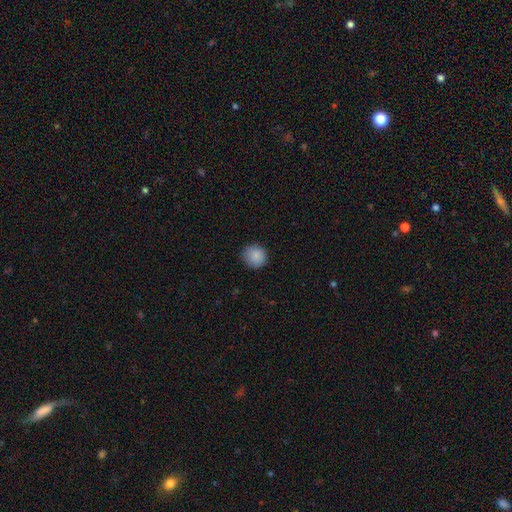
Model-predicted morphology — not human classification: smooth_or_featured: smooth (p=0.87) [alt: star or artifact p=0.09]
how_rounded: round (p=0.89) [alt: in between p=0.10]
merging: none (p=0.87) [alt: minor disturbance p=0.10]